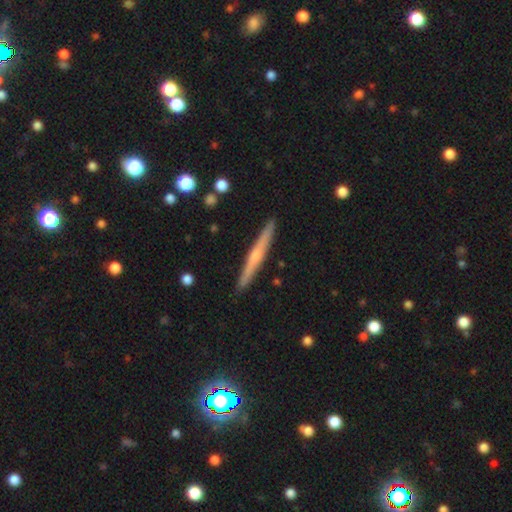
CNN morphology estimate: smooth-or-featured: featured or disk: 62% | smooth: 32% | star or artifact: 6%
  disk-edge-on: yes: 98% | no: 2%
    edge-on-bulge: rounded: 67% | none: 27% | boxy: 6%
  merging: none: 91% | minor disturbance: 6% | merger: 1% | major disturbance: 1%